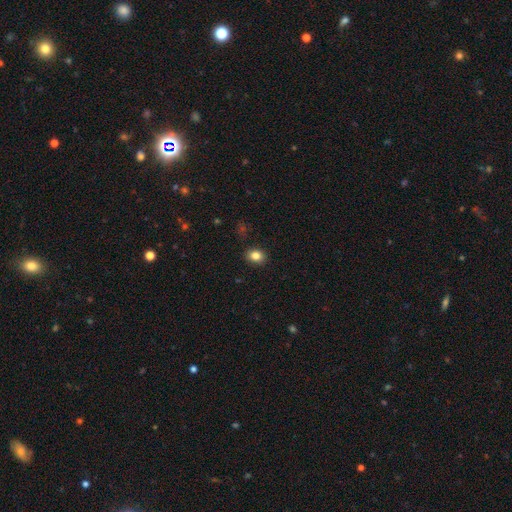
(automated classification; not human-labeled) Smooth or featured? Predicted: smooth (p=0.83). How rounded? Predicted: in between (p=0.56). Merging? Predicted: none (p=0.88).